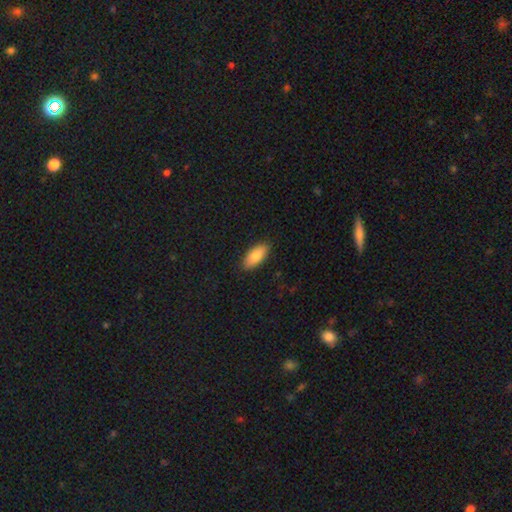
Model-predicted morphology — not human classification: This is clearly a smooth galaxy (83%). How rounded: clearly in between (88%). Merging: clearly none (88%).